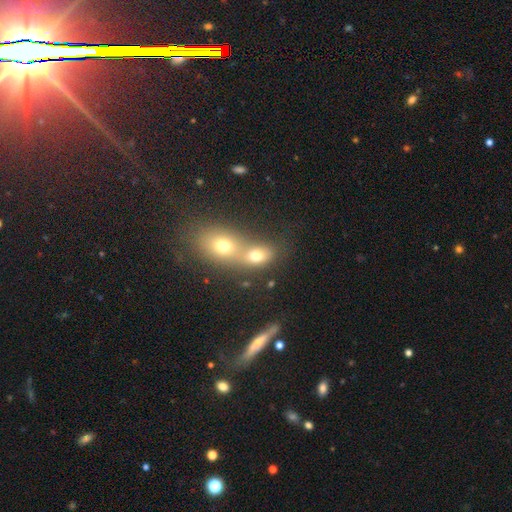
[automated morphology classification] Smooth or featured? Predicted: smooth (p=0.65). How rounded? Predicted: in between (p=0.56). Merging? Predicted: merger (p=0.63).